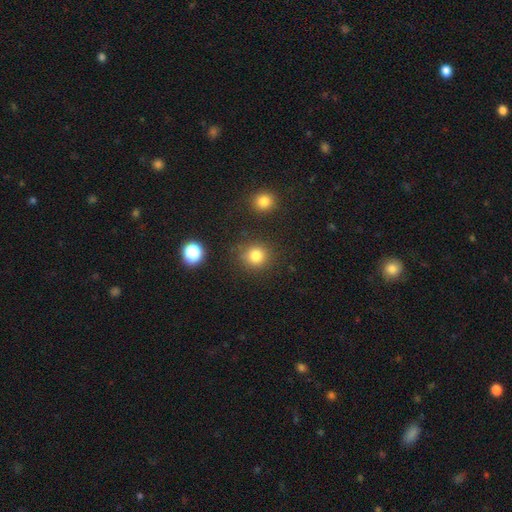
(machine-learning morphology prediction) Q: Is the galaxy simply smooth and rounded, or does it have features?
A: smooth — 82%.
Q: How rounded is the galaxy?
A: round — 90%.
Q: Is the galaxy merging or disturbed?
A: none — 84%.